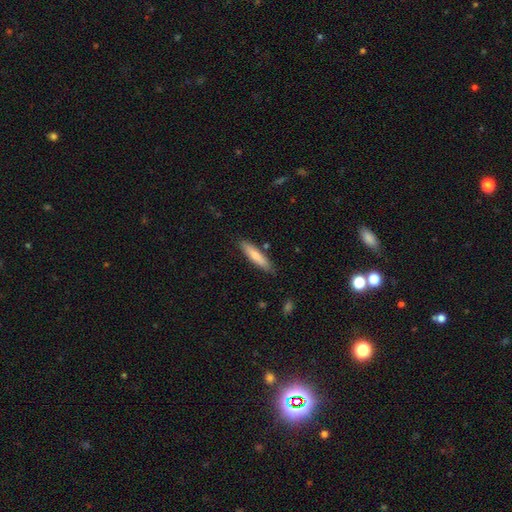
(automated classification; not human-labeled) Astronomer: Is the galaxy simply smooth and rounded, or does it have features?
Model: smooth — 74%.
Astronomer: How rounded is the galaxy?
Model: cigar-shaped — 80%.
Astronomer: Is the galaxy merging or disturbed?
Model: none — 83%.